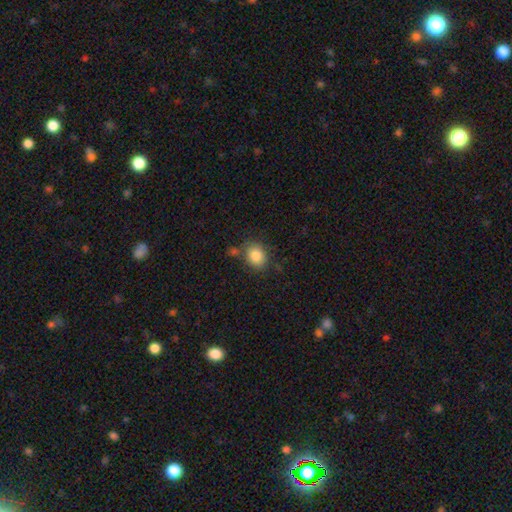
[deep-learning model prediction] Overall: smooth (84%). How rounded: round (52%; in between 48%). Merging: none (74%).